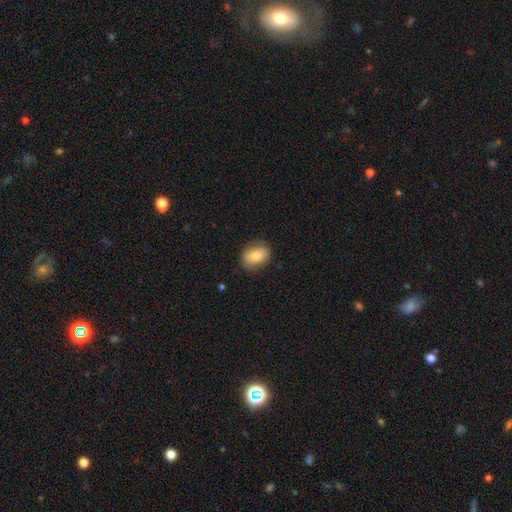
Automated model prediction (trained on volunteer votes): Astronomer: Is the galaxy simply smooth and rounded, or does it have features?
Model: smooth — 76%.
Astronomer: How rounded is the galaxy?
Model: in between — 69%.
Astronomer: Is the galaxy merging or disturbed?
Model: none — 80%.